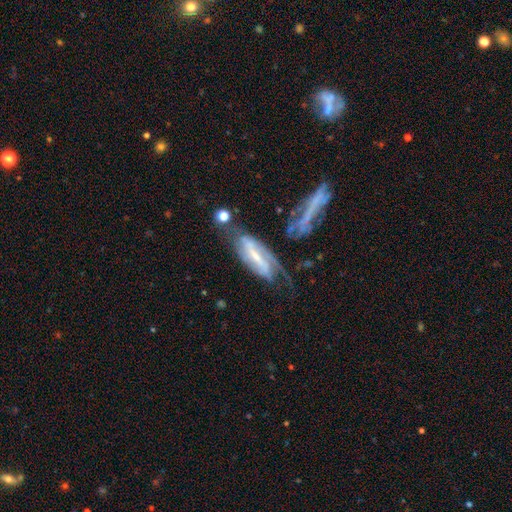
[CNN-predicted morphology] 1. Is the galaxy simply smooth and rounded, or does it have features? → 78% featured or disk, 15% smooth, 7% star or artifact.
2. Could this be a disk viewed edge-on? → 84% no, 16% yes.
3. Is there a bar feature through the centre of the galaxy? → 60% strong, 28% weak, 12% no.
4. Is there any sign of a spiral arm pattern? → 89% yes, 11% no.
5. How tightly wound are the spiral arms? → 40% medium, 32% tight, 28% loose.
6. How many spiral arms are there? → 70% 2, 17% can't tell, 7% 1, 3% 3, 1% 4, 1% more than 4.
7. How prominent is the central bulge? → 60% small, 28% moderate, 8% none, 3% large, 1% dominant.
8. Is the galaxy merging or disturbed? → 47% none, 23% minor disturbance, 19% major disturbance, 11% merger.